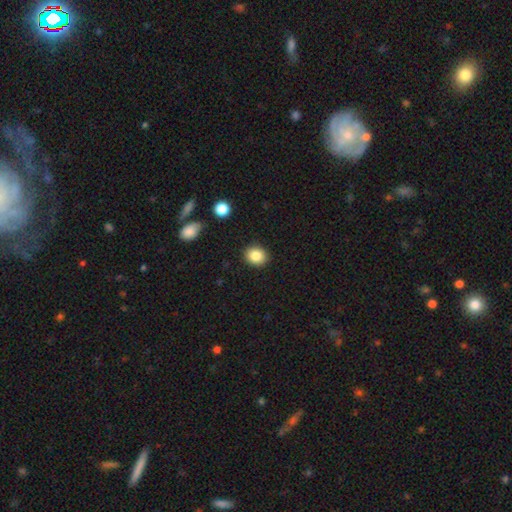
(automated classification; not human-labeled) smooth-or-featured: smooth: 85% | star or artifact: 10% | featured or disk: 6%
  how-rounded: round: 73% | in between: 26% | cigar-shaped: 1%
  merging: none: 91% | minor disturbance: 6% | major disturbance: 2% | merger: 1%